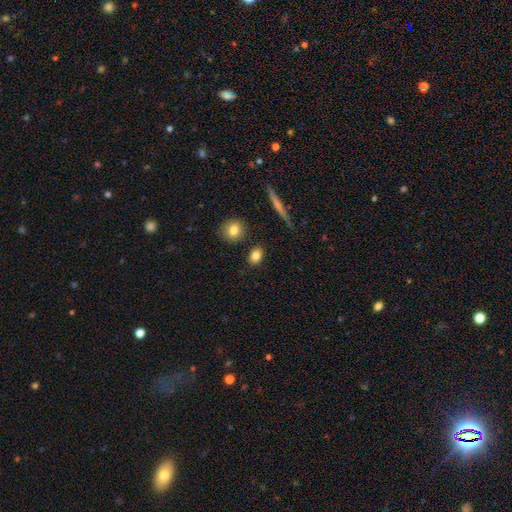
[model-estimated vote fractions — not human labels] Q: Smooth or featured?
A: smooth (83%); runner-up: star or artifact (9%)
Q: How rounded?
A: in between (61%); runner-up: round (35%)
Q: Merging?
A: none (86%); runner-up: minor disturbance (8%)